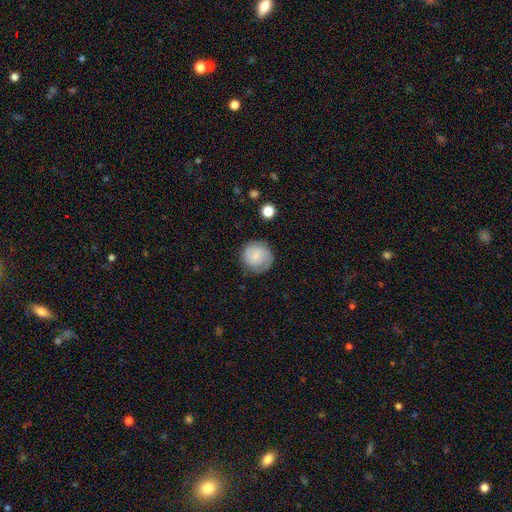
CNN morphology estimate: Q: Smooth or featured?
A: smooth (58%); runner-up: featured or disk (34%)
Q: How rounded?
A: round (91%); runner-up: in between (8%)
Q: Merging?
A: none (75%); runner-up: minor disturbance (17%)